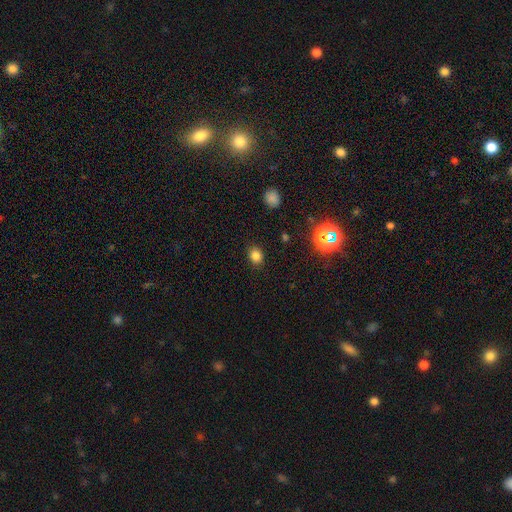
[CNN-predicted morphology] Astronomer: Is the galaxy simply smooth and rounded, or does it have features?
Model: smooth — 79%.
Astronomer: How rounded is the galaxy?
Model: round — 53% (runner-up: in between, 46%).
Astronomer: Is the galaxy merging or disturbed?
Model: none — 87%.